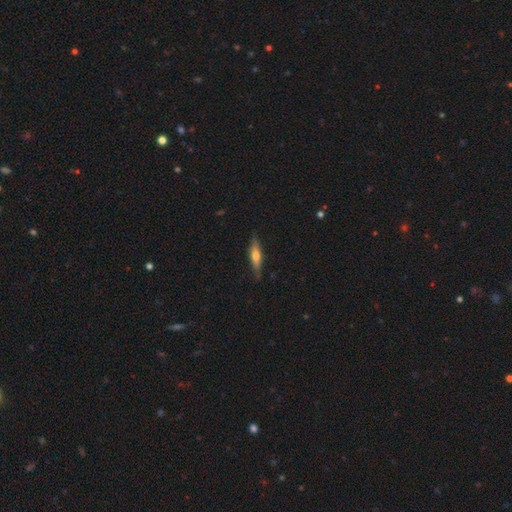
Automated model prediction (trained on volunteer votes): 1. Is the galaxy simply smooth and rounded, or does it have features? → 49% featured or disk, 45% smooth, 6% star or artifact.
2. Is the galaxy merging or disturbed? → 84% none, 13% minor disturbance, 2% major disturbance, 1% merger.